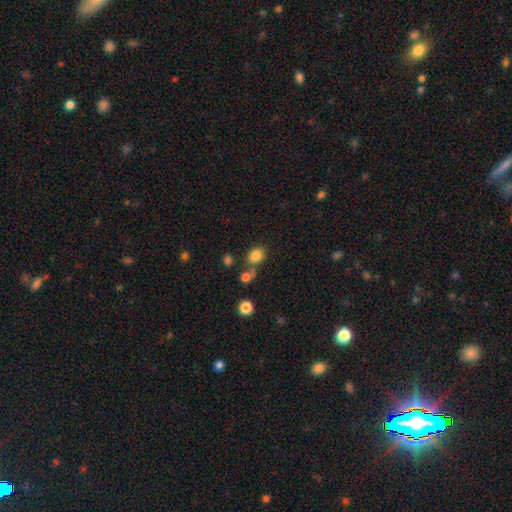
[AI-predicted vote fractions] smooth-or-featured: smooth: 83% | star or artifact: 11% | featured or disk: 6%
  how-rounded: in between: 50% | round: 49% | cigar-shaped: 1%
  merging: none: 63% | merger: 18% | minor disturbance: 13% | major disturbance: 5%